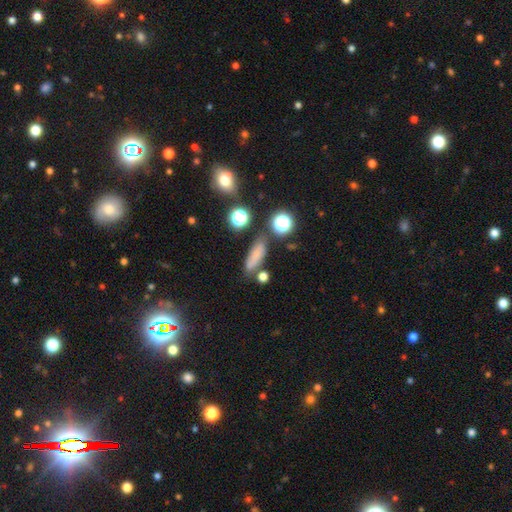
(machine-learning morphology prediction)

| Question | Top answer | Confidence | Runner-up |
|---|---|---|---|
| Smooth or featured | smooth | 69% | star or artifact (16%) |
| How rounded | in between | 46% | cigar-shaped (44%) |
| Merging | none | 68% | minor disturbance (17%) |